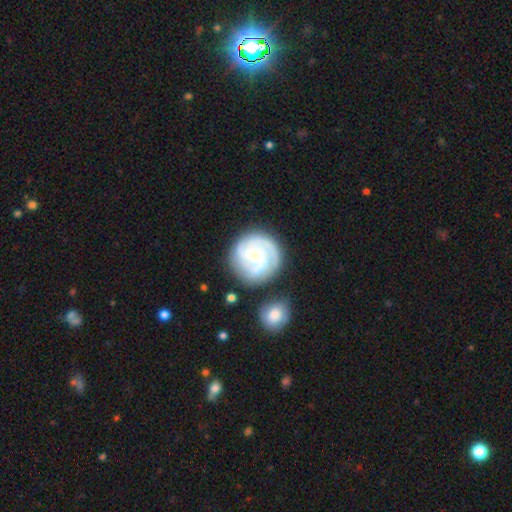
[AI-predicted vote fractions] smooth_or_featured: featured or disk (p=0.72) [alt: smooth p=0.23]
disk_edge_on: no (p=0.98) [alt: yes p=0.02]
bar: weak (p=0.48) [alt: no p=0.38]
has_spiral_arms: yes (p=0.90) [alt: no p=0.10]
spiral_winding: tight (p=0.55) [alt: medium p=0.34]
spiral_arm_count: 2 (p=0.34) [alt: 3 p=0.25]
bulge_size: small (p=0.50) [alt: moderate p=0.30]
merging: none (p=0.65) [alt: minor disturbance p=0.17]